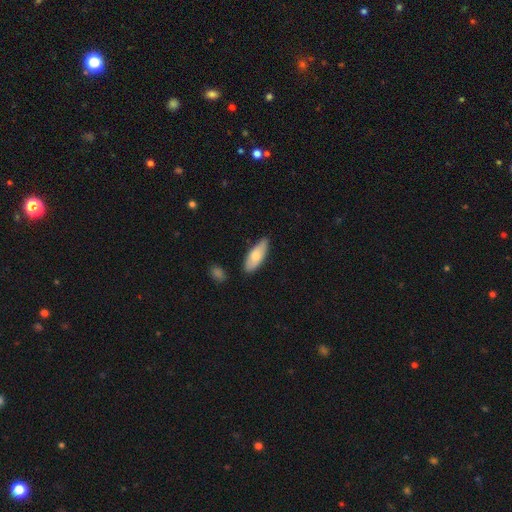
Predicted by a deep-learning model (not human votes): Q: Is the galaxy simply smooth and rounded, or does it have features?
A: smooth — 68%.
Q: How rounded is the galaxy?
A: in between — 74%.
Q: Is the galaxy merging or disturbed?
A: none — 80%.